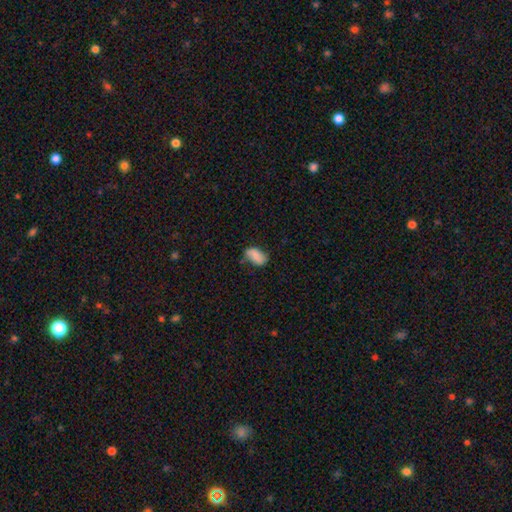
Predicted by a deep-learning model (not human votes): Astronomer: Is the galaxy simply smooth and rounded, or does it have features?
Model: smooth — 72%.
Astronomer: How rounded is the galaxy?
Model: in between — 90%.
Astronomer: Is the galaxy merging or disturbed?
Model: none — 65%.